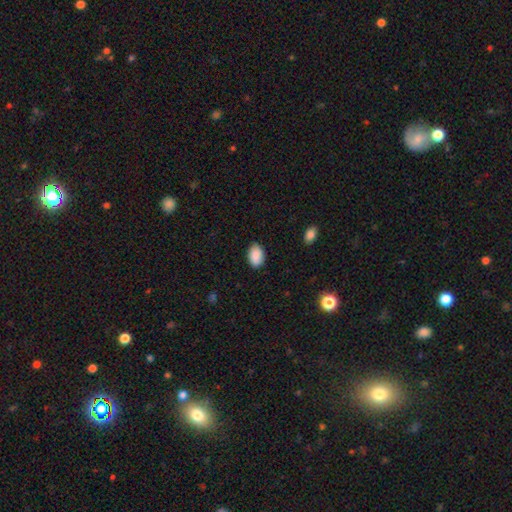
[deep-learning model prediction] Overall: smooth (89%). How rounded: in between (89%). Merging: none (85%).